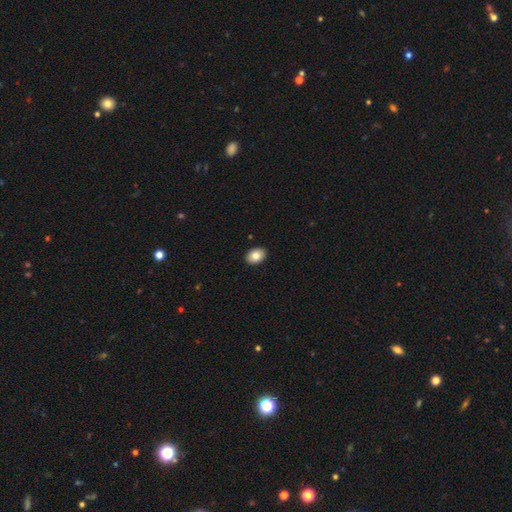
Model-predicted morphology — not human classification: This appears to be a smooth galaxy with no disk features (83%) that is in between round and cigar-shaped (76%). Merging: none (91%).